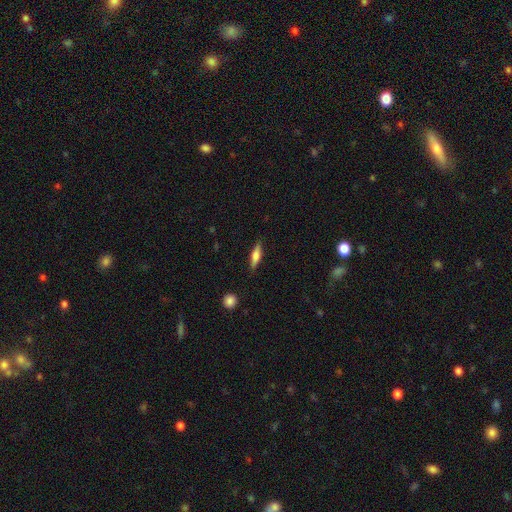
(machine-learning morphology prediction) Smooth or featured? Predicted: smooth (p=0.63). How rounded? Predicted: cigar-shaped (p=0.66). Merging? Predicted: none (p=0.85).